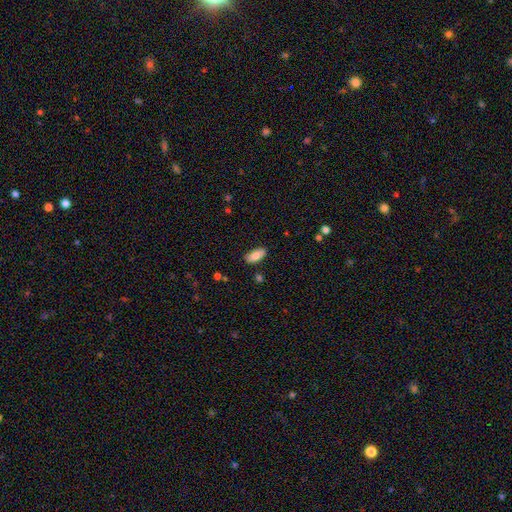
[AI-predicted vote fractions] A smooth galaxy with no disk features (81%) that is in between round and cigar-shaped (90%). Merging: none (82%).